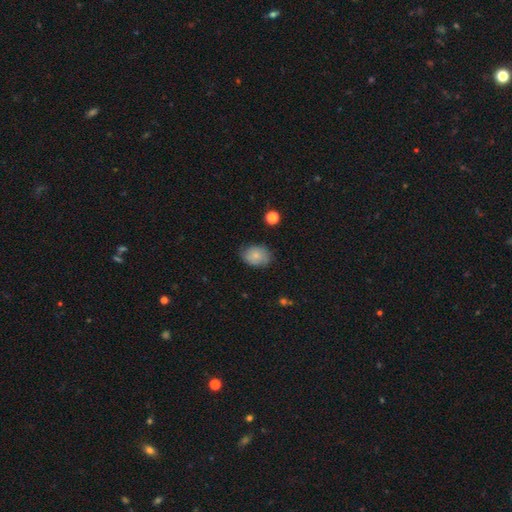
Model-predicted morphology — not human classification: Smooth or featured? Predicted: smooth (p=0.79). How rounded? Predicted: in between (p=0.66). Merging? Predicted: none (p=0.76).